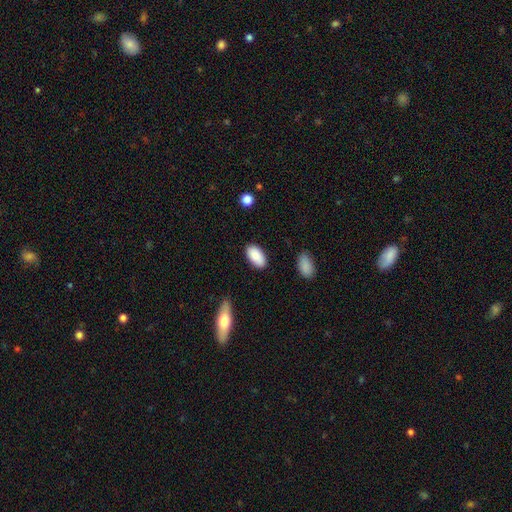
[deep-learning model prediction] A smooth galaxy with no disk features (88%) that is in between round and cigar-shaped (95%). Merging: none (84%).